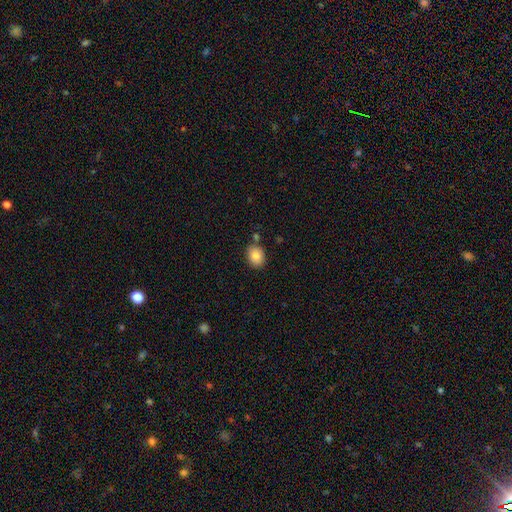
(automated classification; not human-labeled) A smooth galaxy with no disk features (86%) that is in between round and cigar-shaped (59%). Merging: none (79%).